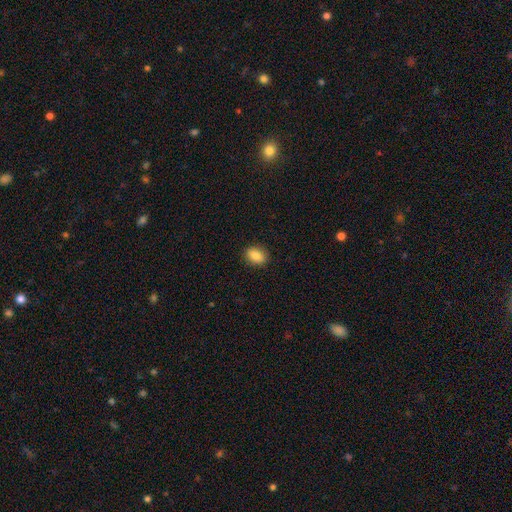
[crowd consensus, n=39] Morphology: type=smooth (85%); roundness=in between (52%); merging=none (95%).